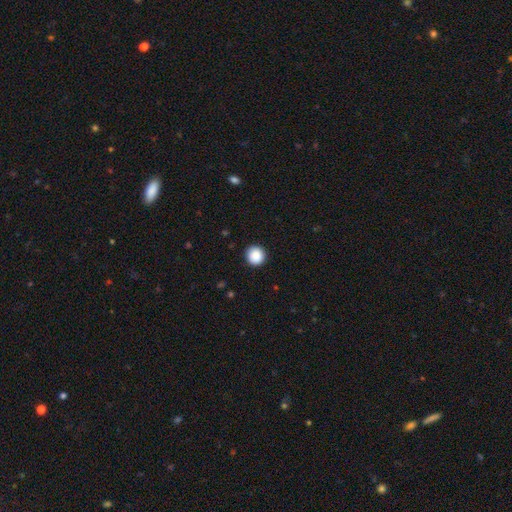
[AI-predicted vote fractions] A smooth galaxy with no disk features (89%) that is round (95%). Merging: none (92%).